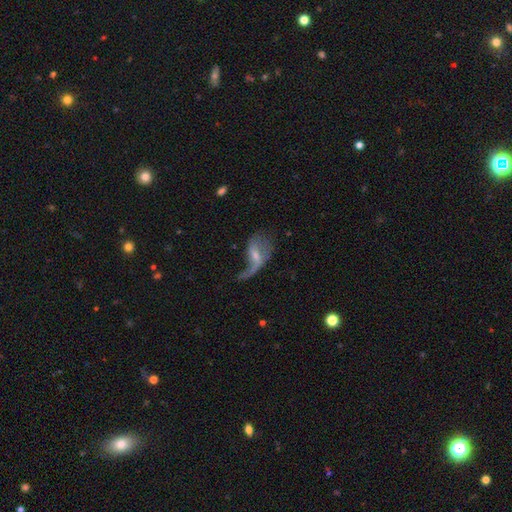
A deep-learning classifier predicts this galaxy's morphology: A featured or disk galaxy (69%) with a weak bar (44%), spiral arms (75%) and a small central bulge (55%). Merging: major disturbance (49%).